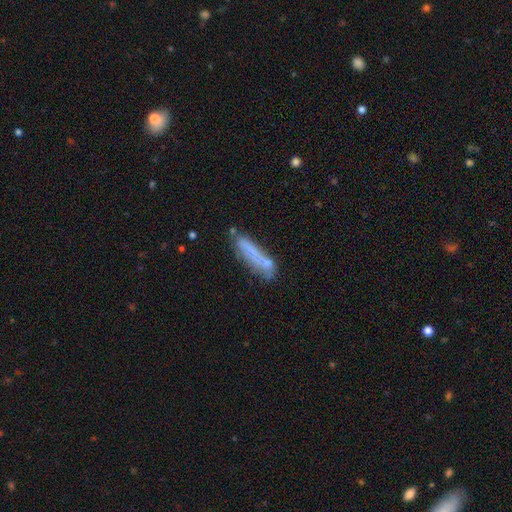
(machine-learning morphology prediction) smooth 61%, featured or disk 30%, star or artifact 9%. Down the decision tree: how rounded — cigar-shaped (85%); merging — none (58%).